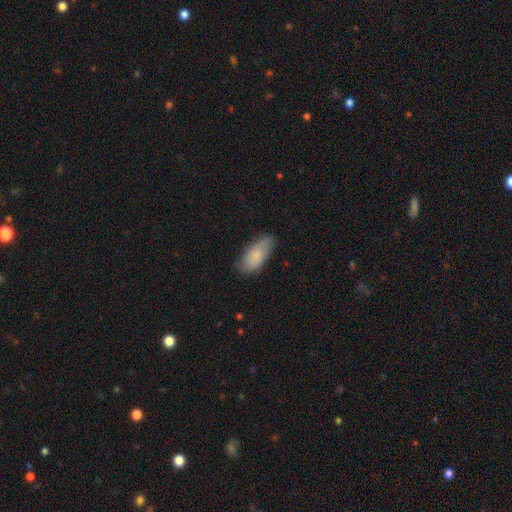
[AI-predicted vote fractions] Morphology: type=smooth (80%); roundness=in between (86%); merging=none (71%).